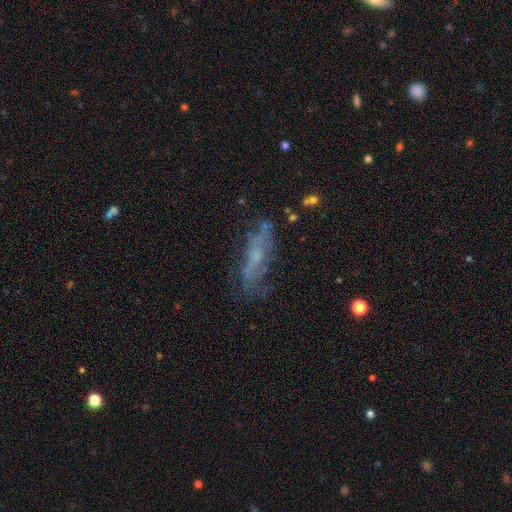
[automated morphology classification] featured or disk 57%, smooth 31%, star or artifact 13%. Down the decision tree: edge-on disk — no (68%); merging — none (56%).